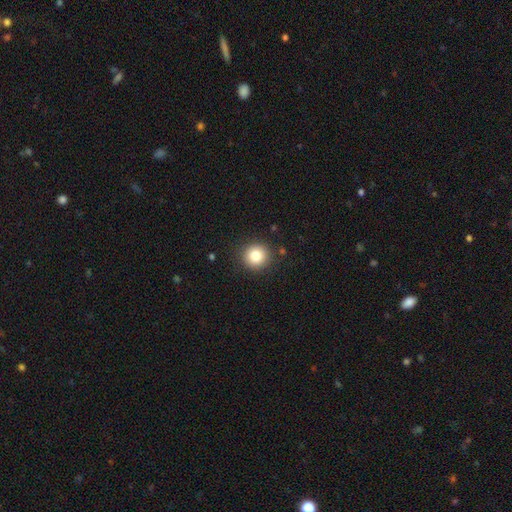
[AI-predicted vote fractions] The model was most divided on "smooth or featured": smooth: 82%, star or artifact: 11%, featured or disk: 7%. More confident: how rounded — round (92%); merging — none (90%).